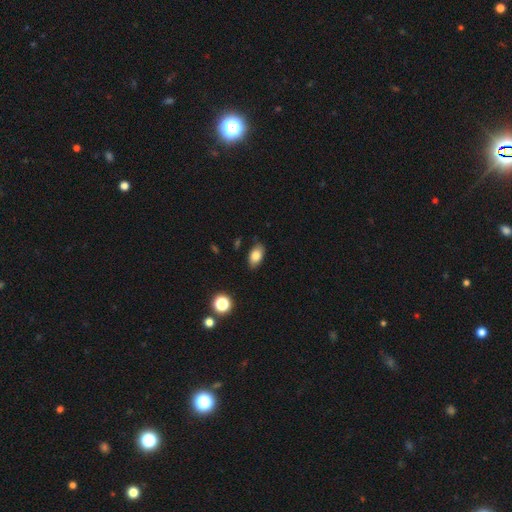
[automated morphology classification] The model was most divided on "merging": none: 83%, minor disturbance: 13%, major disturbance: 2%, merger: 1%. More confident: how rounded — in between (90%); smooth or featured — smooth (82%).